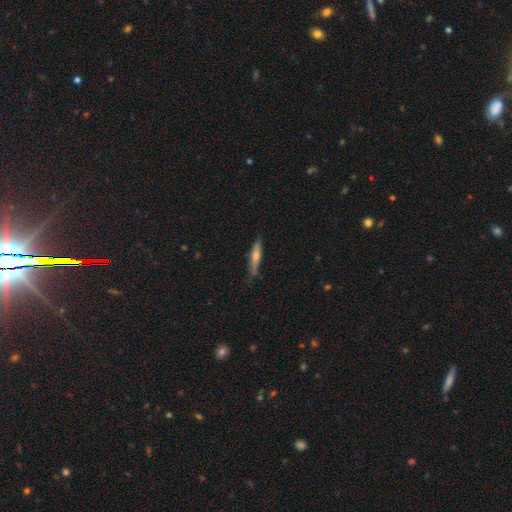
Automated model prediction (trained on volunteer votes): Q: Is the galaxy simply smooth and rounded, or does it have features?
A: smooth — 47%.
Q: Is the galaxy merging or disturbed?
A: none — 77%.